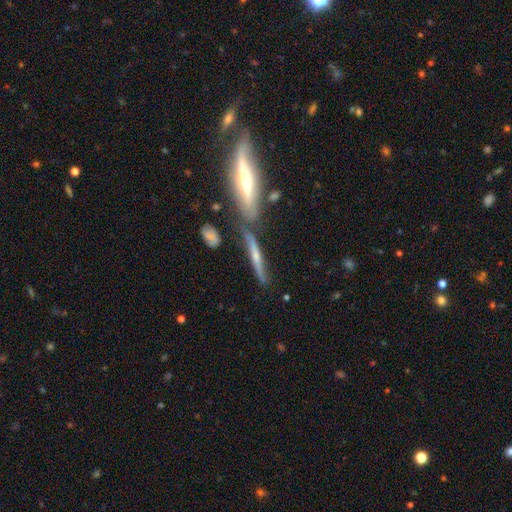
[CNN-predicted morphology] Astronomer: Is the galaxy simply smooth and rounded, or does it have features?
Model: featured or disk — 57% (runner-up: smooth, 35%).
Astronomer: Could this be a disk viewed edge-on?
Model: yes — 86%.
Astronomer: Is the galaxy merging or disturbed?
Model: none — 53%.